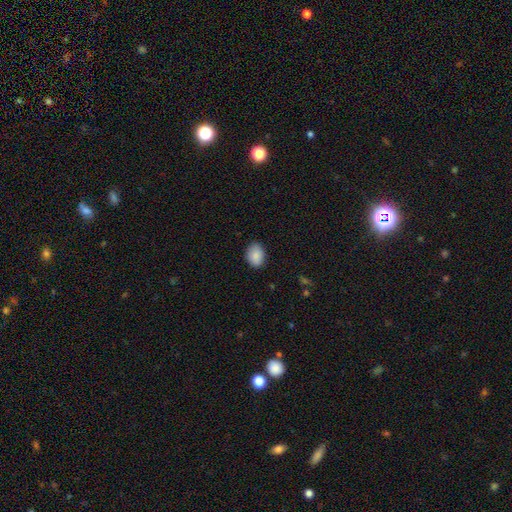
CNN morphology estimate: smooth-or-featured: smooth: 89% | star or artifact: 7% | featured or disk: 4%
  how-rounded: in between: 76% | round: 23% | cigar-shaped: 1%
  merging: none: 84% | minor disturbance: 12% | major disturbance: 2% | merger: 1%